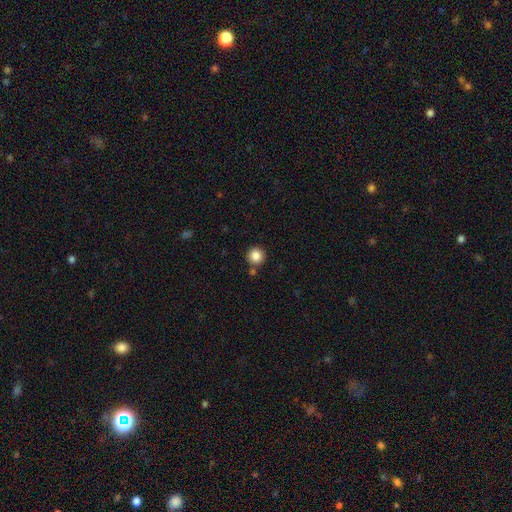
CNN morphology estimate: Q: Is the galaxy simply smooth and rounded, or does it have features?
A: smooth — 85%.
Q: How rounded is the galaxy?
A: round — 95%.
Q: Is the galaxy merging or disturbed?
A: none — 85%.